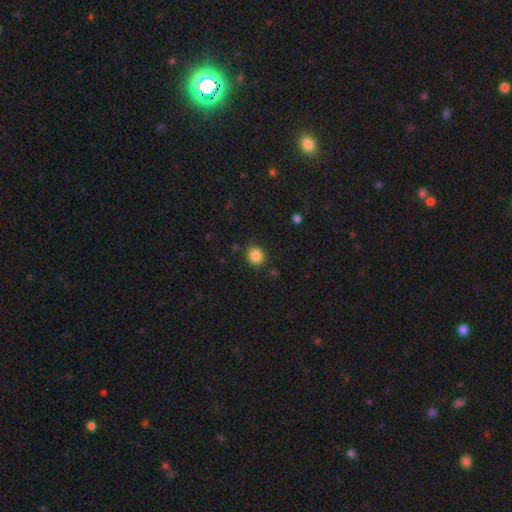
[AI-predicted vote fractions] Smooth or featured? smooth (85%)
How rounded? round (82%)
Merging? none (87%)